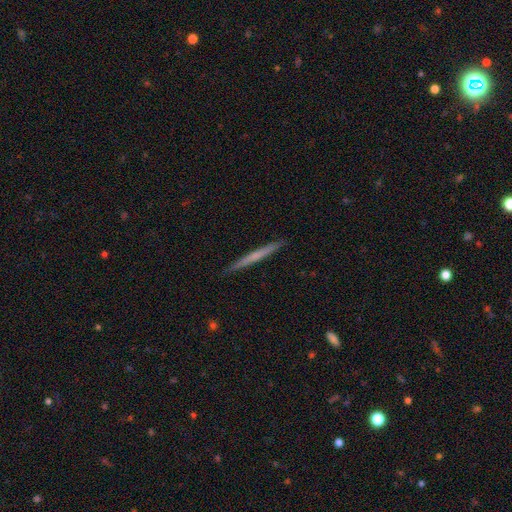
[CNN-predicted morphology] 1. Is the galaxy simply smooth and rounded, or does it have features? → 47% smooth (tied), 47% featured or disk (tied), 6% star or artifact.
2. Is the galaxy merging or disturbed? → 91% none, 6% minor disturbance, 1% major disturbance, 1% merger.